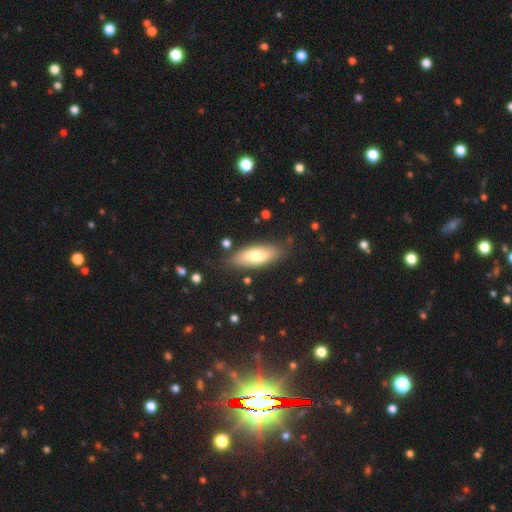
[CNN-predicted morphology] smooth-or-featured: smooth: 67% | featured or disk: 26% | star or artifact: 6%
  how-rounded: in between: 70% | cigar-shaped: 28% | round: 2%
  merging: none: 82% | minor disturbance: 12% | major disturbance: 3% | merger: 2%